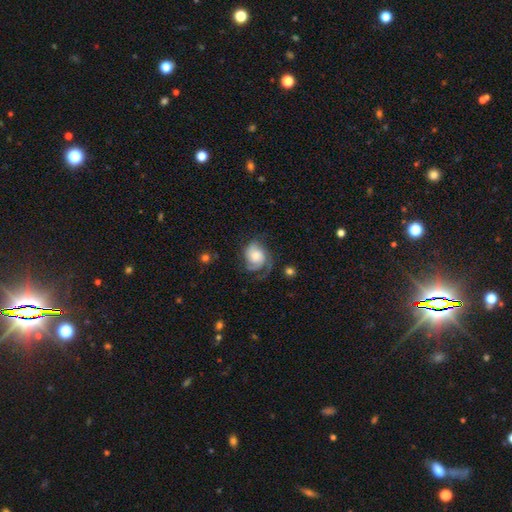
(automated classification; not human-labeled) Morphology: type=featured or disk (67%); edge-on=no (98%); bar=no (70%); spiral arms=yes (93%); winding=tight (41%); arm count=2 (46%); bulge=moderate (36%); merging=none (53%).